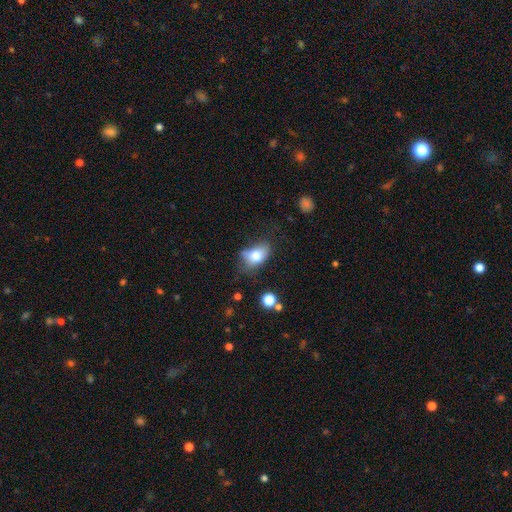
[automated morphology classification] Smooth or featured? Predicted: smooth (p=0.74). How rounded? Predicted: in between (p=0.81). Merging? Predicted: none (p=0.42).